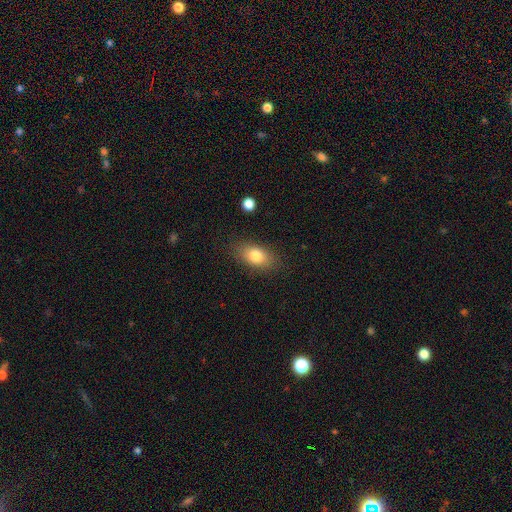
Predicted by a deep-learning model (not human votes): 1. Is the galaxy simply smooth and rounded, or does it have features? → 80% smooth, 12% featured or disk, 8% star or artifact.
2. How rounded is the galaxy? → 86% in between, 10% round, 4% cigar-shaped.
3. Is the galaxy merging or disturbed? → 84% none, 11% minor disturbance, 3% major disturbance, 1% merger.